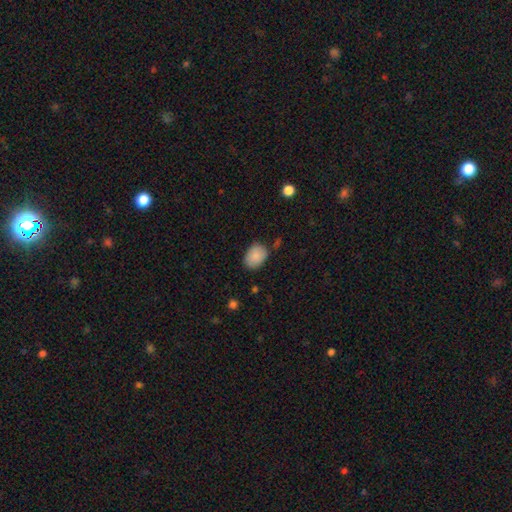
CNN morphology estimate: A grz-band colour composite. It shows a smooth galaxy with no disk features (88%) that is in between round and cigar-shaped (75%). Merging: none (76%).